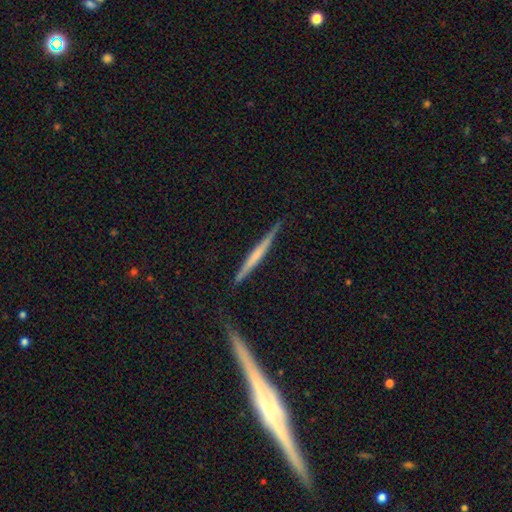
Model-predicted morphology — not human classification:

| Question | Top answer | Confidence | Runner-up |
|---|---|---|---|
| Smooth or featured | featured or disk | 55% | smooth (40%) |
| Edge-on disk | yes | 97% | no (3%) |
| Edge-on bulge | none | 71% | rounded (18%) |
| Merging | none | 83% | minor disturbance (12%) |